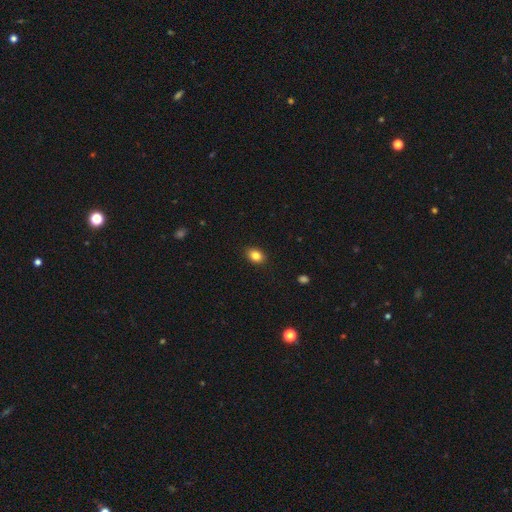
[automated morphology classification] The model was most divided on "how rounded": in between: 71%, round: 28%, cigar-shaped: 1%. More confident: merging — none (89%); smooth or featured — smooth (84%).